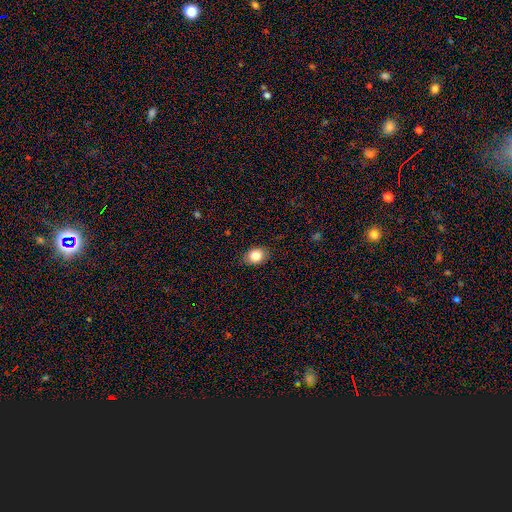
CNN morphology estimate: smooth 83%, star or artifact 9%, featured or disk 8%. Down the decision tree: how rounded — in between (65%); merging — none (85%).